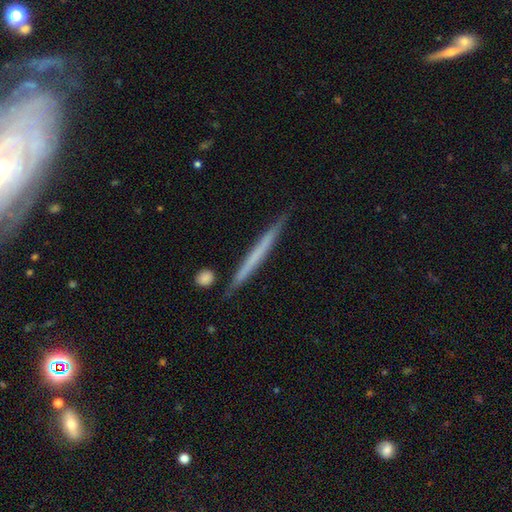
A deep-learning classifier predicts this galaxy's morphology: A smooth galaxy with no disk features (48%). Merging: none (88%).